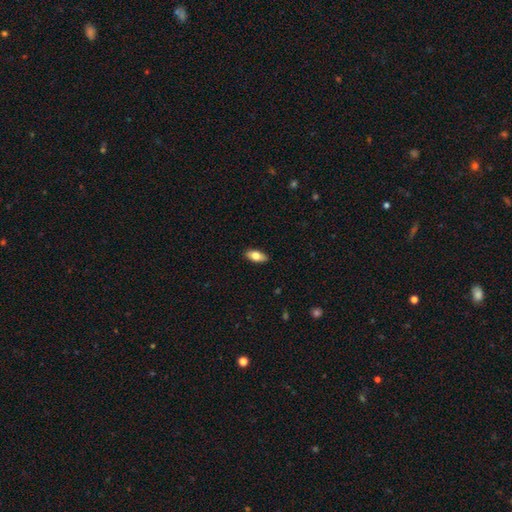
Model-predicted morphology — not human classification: Smooth or featured: smooth — 77% (featured or disk — 17%)
How rounded: in between — 87% (cigar-shaped — 10%)
Merging: none — 89% (minor disturbance — 8%)